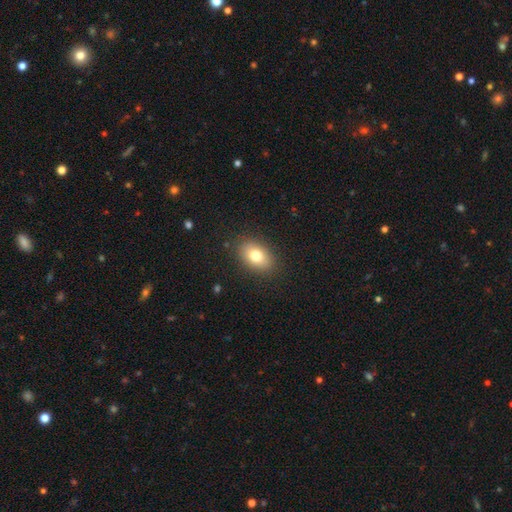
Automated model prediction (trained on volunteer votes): Smooth or featured? smooth (77%)
How rounded? in between (84%)
Merging? none (87%)